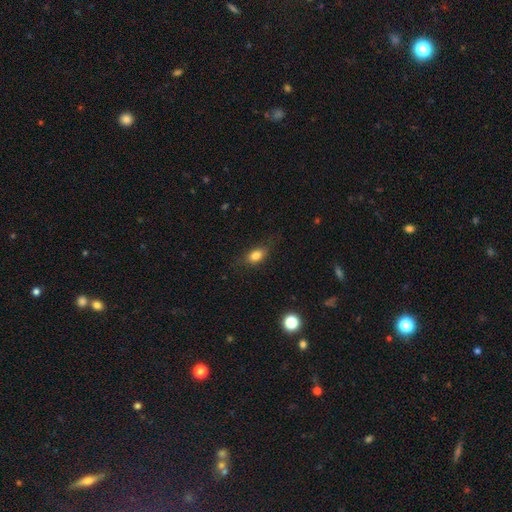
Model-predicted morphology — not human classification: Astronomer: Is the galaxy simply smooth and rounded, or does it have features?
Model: smooth — 79%.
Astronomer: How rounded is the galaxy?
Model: in between — 76%.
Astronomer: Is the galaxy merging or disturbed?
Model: none — 73%.